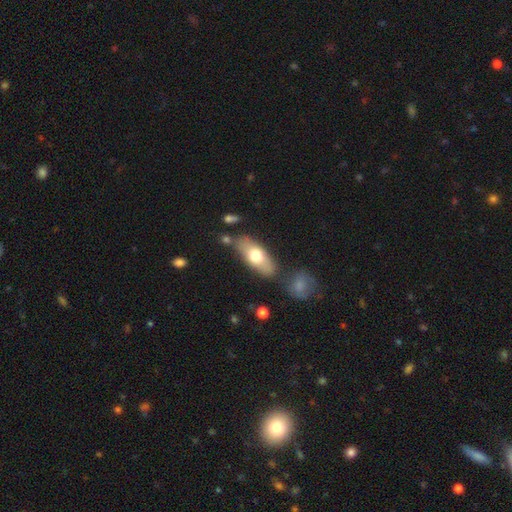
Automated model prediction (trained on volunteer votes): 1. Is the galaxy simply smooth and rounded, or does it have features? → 66% smooth, 28% featured or disk, 6% star or artifact.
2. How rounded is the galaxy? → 77% in between, 19% cigar-shaped, 4% round.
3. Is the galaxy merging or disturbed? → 71% none, 15% minor disturbance, 10% merger, 4% major disturbance.